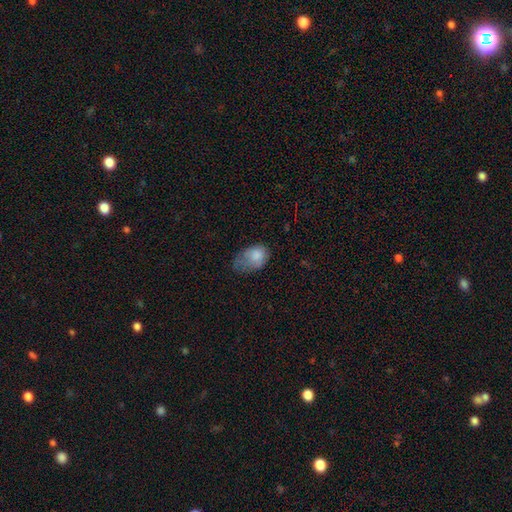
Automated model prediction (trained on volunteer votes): Morphology: type=smooth (79%); roundness=in between (84%); merging=minor disturbance (43%).